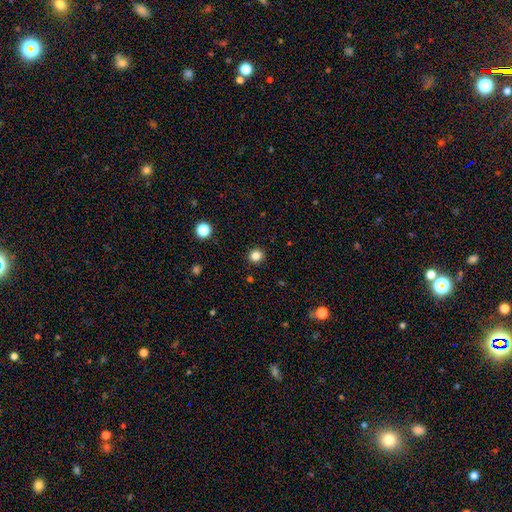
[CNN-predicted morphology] This is clearly a smooth galaxy (83%). How rounded: clearly round (91%). Merging: clearly none (92%).